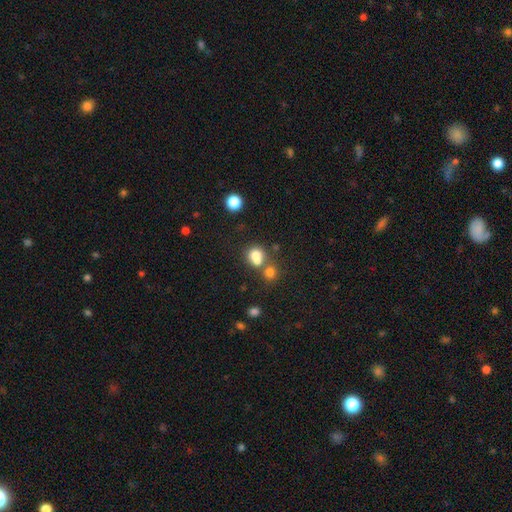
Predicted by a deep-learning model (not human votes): Smooth or featured: smooth — 74% (star or artifact — 13%)
How rounded: round — 77% (in between — 22%)
Merging: merger — 50% (none — 39%)